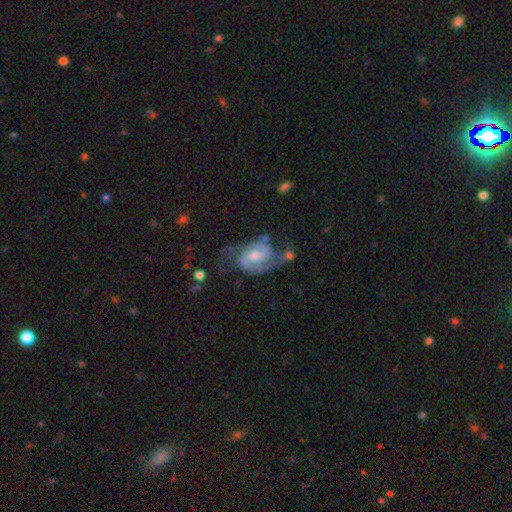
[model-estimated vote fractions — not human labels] smooth-or-featured: featured or disk: 89% | smooth: 6% | star or artifact: 5%
  disk-edge-on: no: 98% | yes: 2%
    bar: weak: 49% | no: 37% | strong: 14%
    has-spiral-arms: yes: 98% | no: 2%
      spiral-winding: medium: 54% | tight: 30% | loose: 16%
      spiral-arm-count: 2: 89% | can't tell: 3% | 1: 3% | 3: 2% | 4: 1% | more than 4: 1%
    bulge-size: moderate: 54% | small: 30% | large: 8% | none: 7% | dominant: 1%
  merging: none: 54% | minor disturbance: 22% | major disturbance: 16% | merger: 8%